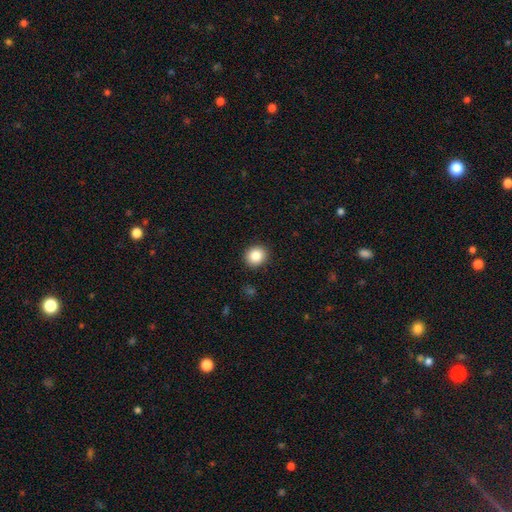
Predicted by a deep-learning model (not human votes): Morphology: type=smooth (85%); roundness=round (83%); merging=none (91%).